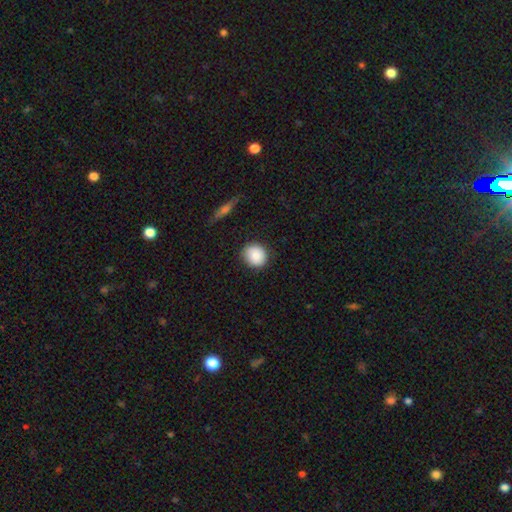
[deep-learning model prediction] Smooth or featured?
  - smooth: 85% *
  - star or artifact: 8%
  - featured or disk: 7%
How rounded?
  - round: 86% *
  - in between: 13%
  - cigar-shaped: 1%
Merging?
  - none: 86% *
  - minor disturbance: 11%
  - major disturbance: 2%
  - merger: 2%